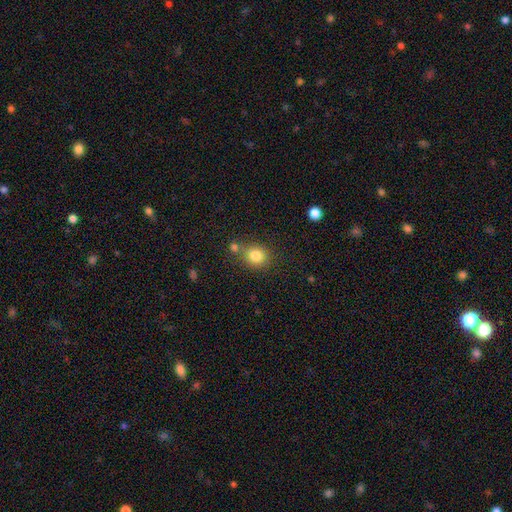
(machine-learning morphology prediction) Overall: smooth (82%). How rounded: round (83%). Merging: none (70%).